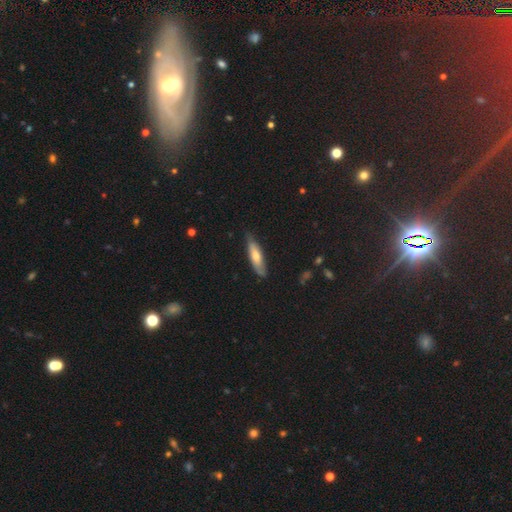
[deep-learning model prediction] A smooth galaxy with no disk features (57%) that is cigar-shaped (65%).

Vote fractions:
- Smooth or featured? smooth: 57% / featured or disk: 37% / star or artifact: 6%
- How rounded? cigar-shaped: 65% / in between: 33% / round: 2%
- Merging? none: 77% / minor disturbance: 19% / major disturbance: 3% / merger: 1%